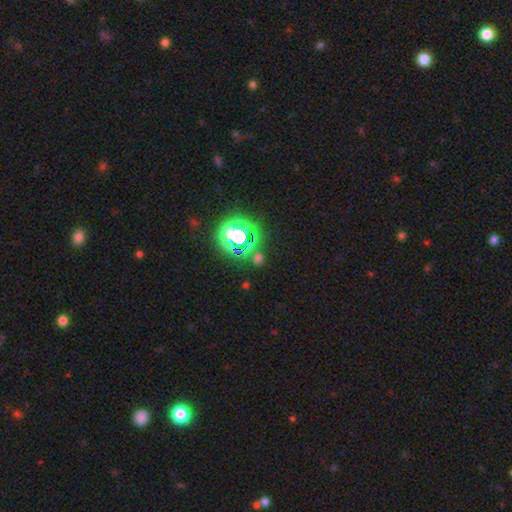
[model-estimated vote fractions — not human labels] A star or artifact, not a galaxy (69%).